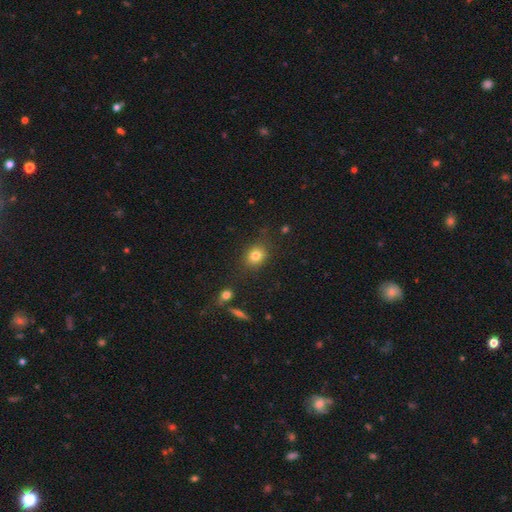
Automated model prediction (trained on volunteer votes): smooth_or_featured: smooth (p=0.81) [alt: star or artifact p=0.12]
how_rounded: round (p=0.58) [alt: in between p=0.40]
merging: none (p=0.80) [alt: minor disturbance p=0.13]